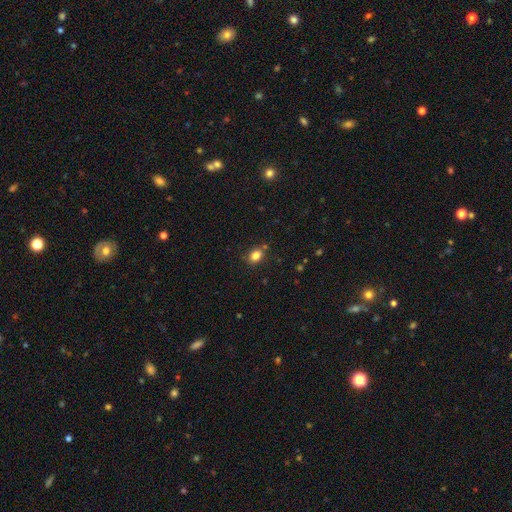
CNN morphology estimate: This is clearly a smooth galaxy (82%). How rounded: possibly in between (58%). Merging: likely none (79%).